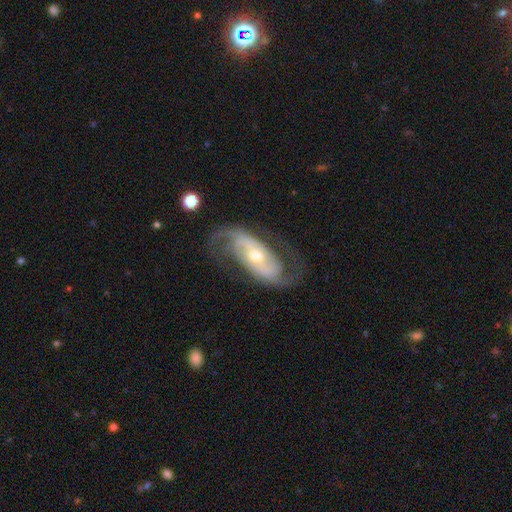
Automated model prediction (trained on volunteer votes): featured or disk 86%, smooth 9%, star or artifact 5%. Down the decision tree: edge-on disk — no (94%); bar — no (46%); spiral arms — yes (95%); spiral arm count — 2 (87%); spiral winding — medium (46%); bulge size — moderate (50%); merging — none (71%).